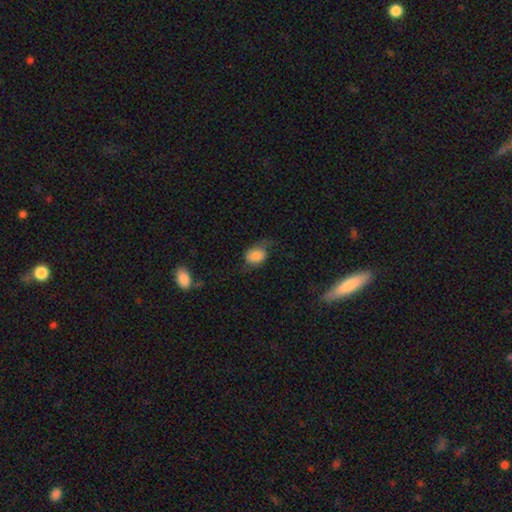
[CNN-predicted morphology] Q: Smooth or featured?
A: smooth (73%); runner-up: featured or disk (18%)
Q: How rounded?
A: in between (70%); runner-up: round (29%)
Q: Merging?
A: none (42%); runner-up: minor disturbance (31%)